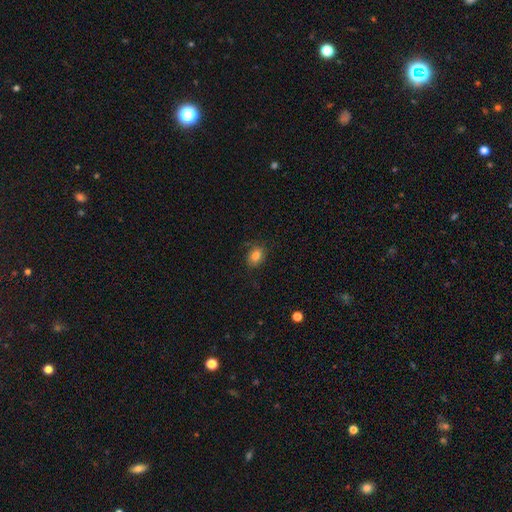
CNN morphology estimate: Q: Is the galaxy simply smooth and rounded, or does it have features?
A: smooth — 81%.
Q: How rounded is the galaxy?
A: in between — 59%.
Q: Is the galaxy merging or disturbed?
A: none — 78%.